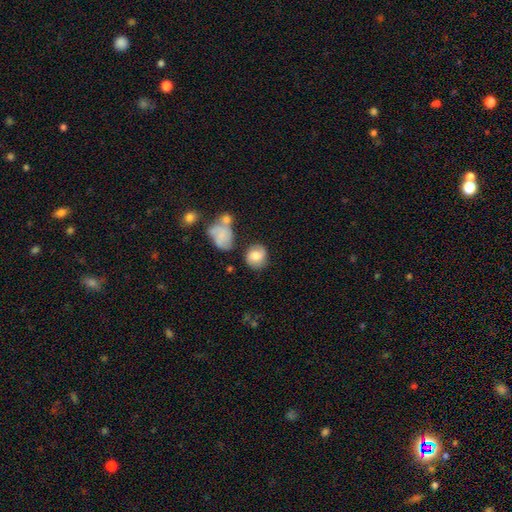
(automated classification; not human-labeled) The model was most divided on "smooth or featured": smooth: 67%, featured or disk: 25%, star or artifact: 8%. More confident: how rounded — round (72%); merging — none (65%).